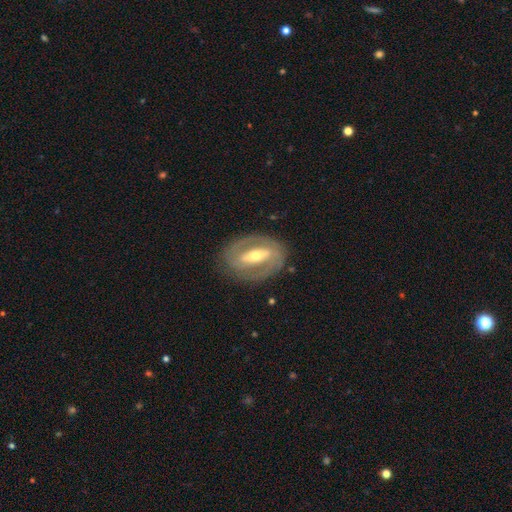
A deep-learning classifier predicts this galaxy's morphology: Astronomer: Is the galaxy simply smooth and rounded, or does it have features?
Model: featured or disk — 81%.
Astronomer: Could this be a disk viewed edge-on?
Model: no — 92%.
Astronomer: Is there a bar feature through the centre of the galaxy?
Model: strong — 64%.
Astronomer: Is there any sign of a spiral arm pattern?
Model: yes — 71%.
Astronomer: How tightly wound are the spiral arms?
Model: tight — 51% (runner-up: medium, 37%).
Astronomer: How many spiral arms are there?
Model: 2 — 81%.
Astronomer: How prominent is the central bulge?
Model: moderate — 57% (runner-up: small, 35%).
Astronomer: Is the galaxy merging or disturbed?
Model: none — 82%.